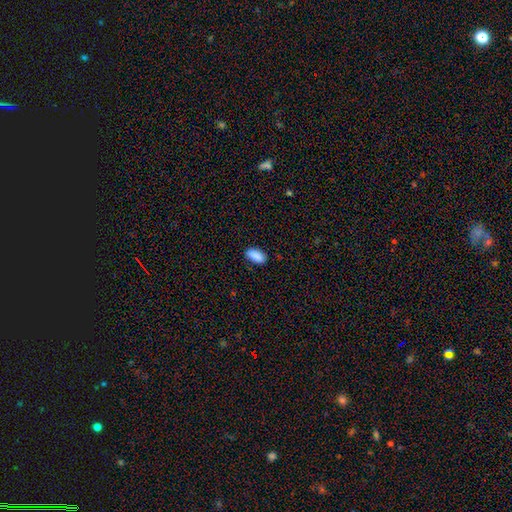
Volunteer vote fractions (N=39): Morphology: type=smooth (95%); roundness=in between (92%); merging=none (89%).